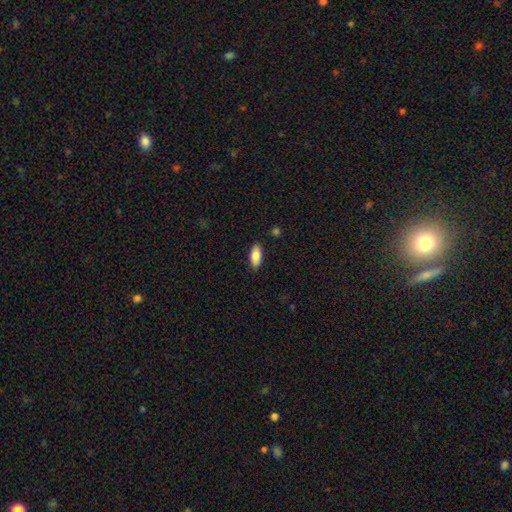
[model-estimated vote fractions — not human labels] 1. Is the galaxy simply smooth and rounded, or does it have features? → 86% smooth, 8% featured or disk, 6% star or artifact.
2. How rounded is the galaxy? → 87% in between, 11% cigar-shaped, 2% round.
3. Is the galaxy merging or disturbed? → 88% none, 9% minor disturbance, 2% major disturbance, 1% merger.